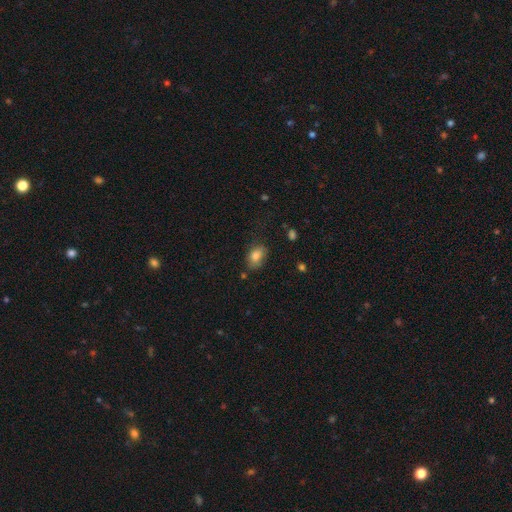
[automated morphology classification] Smooth or featured? Predicted: smooth (p=0.82). How rounded? Predicted: in between (p=0.81). Merging? Predicted: none (p=0.69).